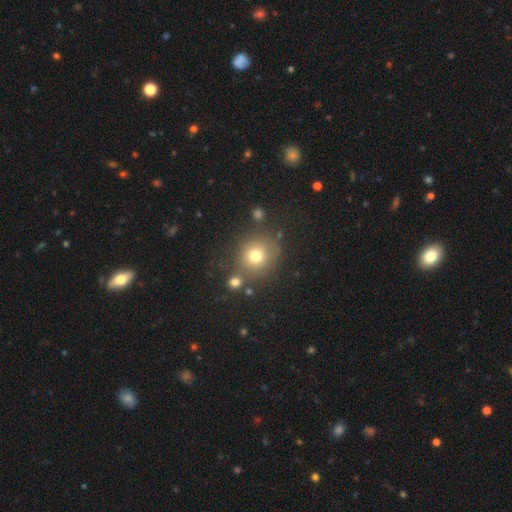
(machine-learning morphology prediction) smooth 73%, star or artifact 15%, featured or disk 12%. Down the decision tree: how rounded — round (85%); merging — none (73%).